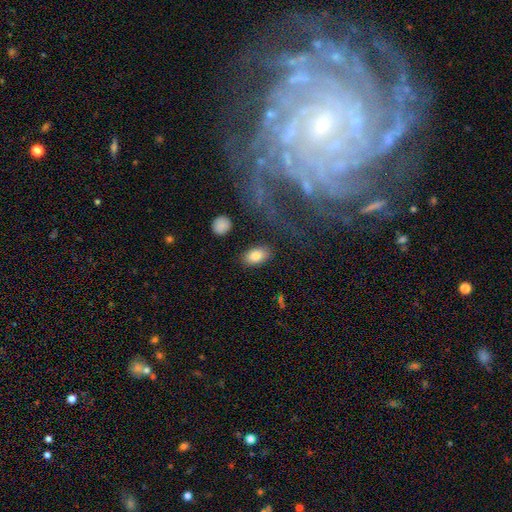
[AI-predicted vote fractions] Q: Smooth or featured?
A: smooth (83%); runner-up: featured or disk (9%)
Q: How rounded?
A: in between (91%); runner-up: round (7%)
Q: Merging?
A: none (86%); runner-up: minor disturbance (9%)